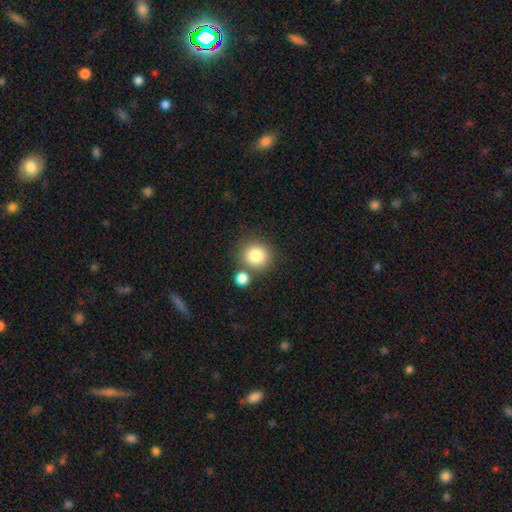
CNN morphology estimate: A smooth galaxy with no disk features (83%) that is round (88%). Merging: none (72%).